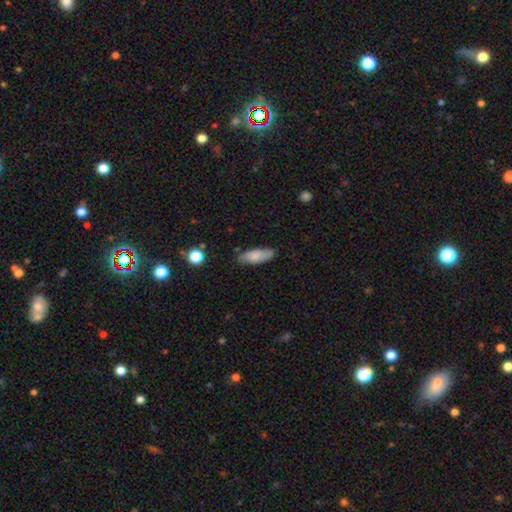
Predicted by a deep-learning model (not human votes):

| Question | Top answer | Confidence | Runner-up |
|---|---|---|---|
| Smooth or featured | smooth | 77% | featured or disk (16%) |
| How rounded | in between | 65% | cigar-shaped (33%) |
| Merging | none | 79% | minor disturbance (16%) |